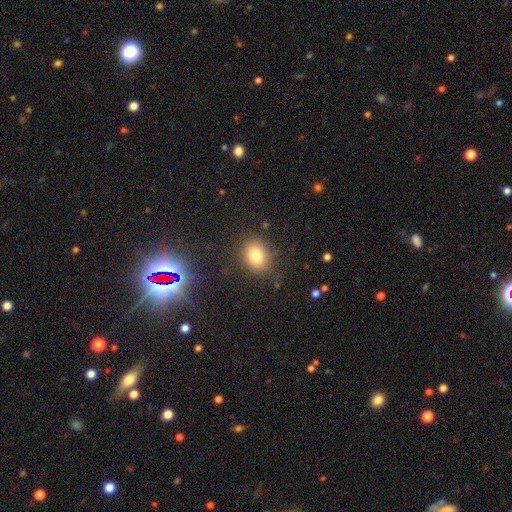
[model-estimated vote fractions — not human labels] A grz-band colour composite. It shows a smooth galaxy with no disk features (79%) that is round (52%). Merging: none (84%).